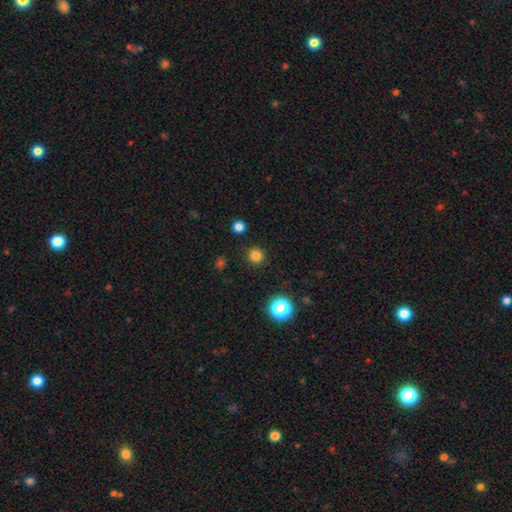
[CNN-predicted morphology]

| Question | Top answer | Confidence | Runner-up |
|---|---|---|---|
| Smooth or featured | smooth | 80% | star or artifact (16%) |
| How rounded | round | 95% | in between (4%) |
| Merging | none | 91% | minor disturbance (5%) |